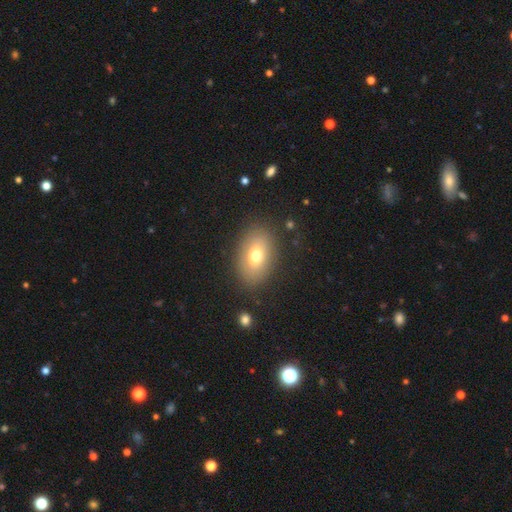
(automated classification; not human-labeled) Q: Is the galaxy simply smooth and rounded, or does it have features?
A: smooth — 72%.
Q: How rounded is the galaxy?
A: in between — 85%.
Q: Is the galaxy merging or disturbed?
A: none — 85%.